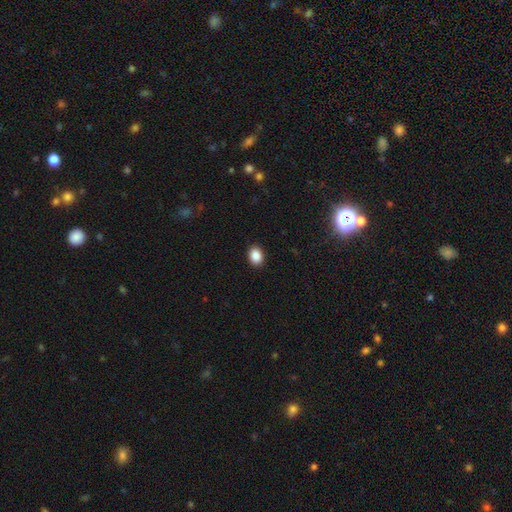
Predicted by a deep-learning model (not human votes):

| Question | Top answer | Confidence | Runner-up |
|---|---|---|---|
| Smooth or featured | smooth | 89% | star or artifact (8%) |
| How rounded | in between | 68% | round (31%) |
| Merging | none | 91% | minor disturbance (7%) |